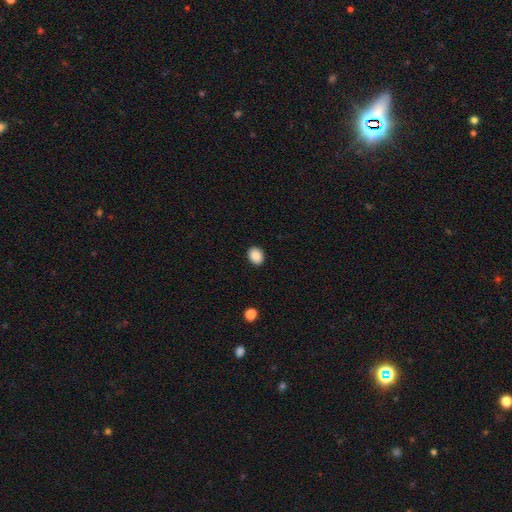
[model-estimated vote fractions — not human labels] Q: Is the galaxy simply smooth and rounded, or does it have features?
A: smooth — 88%.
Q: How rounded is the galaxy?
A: in between — 50%.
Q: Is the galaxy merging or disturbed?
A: none — 91%.